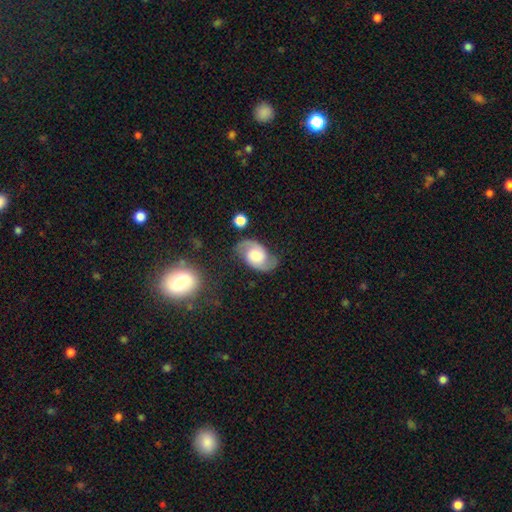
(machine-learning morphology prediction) Smooth or featured? Predicted: featured or disk (p=0.78). Edge-on disk? Predicted: no (p=0.97). Bar? Predicted: no (p=0.63). Spiral arms? Predicted: yes (p=0.95). Spiral winding? Predicted: medium (p=0.50). Spiral arm count? Predicted: 2 (p=0.91). Bulge size? Predicted: moderate (p=0.39). Merging? Predicted: none (p=0.71).